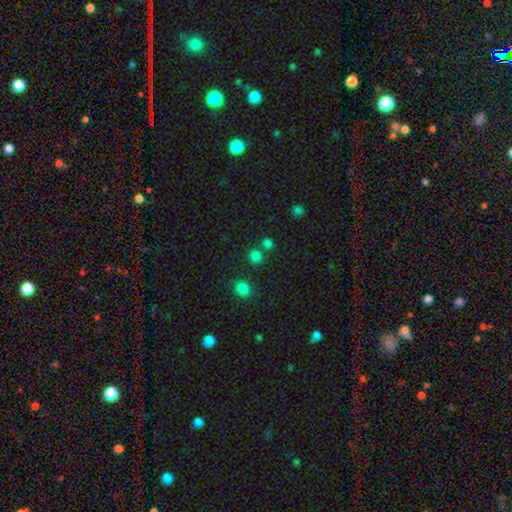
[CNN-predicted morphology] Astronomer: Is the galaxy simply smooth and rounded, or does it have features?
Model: smooth — 77%.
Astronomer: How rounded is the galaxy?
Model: round — 87%.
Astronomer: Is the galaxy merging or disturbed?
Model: none — 73%.